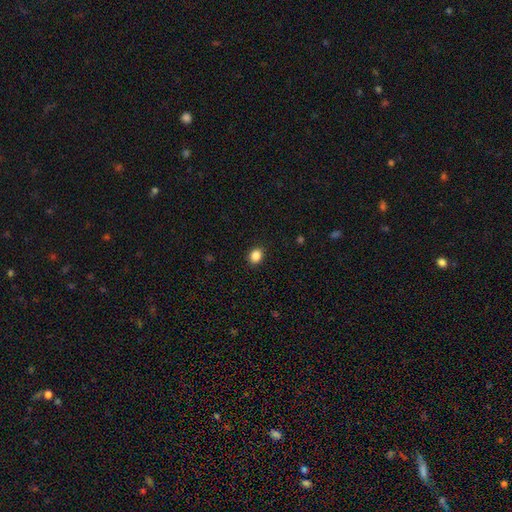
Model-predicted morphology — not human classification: Overall: smooth (87%). How rounded: round (57%; in between 42%). Merging: none (91%).